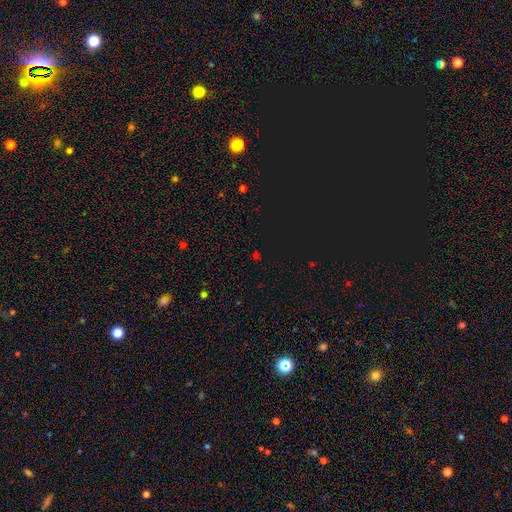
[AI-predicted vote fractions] Smooth or featured? Predicted: star or artifact (p=0.63).